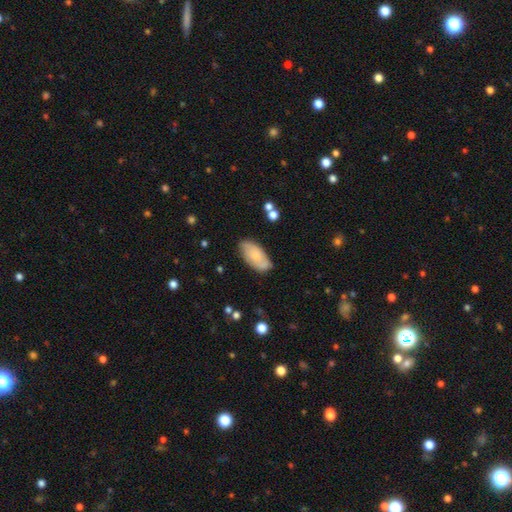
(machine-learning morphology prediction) This is likely a smooth galaxy (68%). How rounded: clearly in between (92%). Merging: likely none (75%).